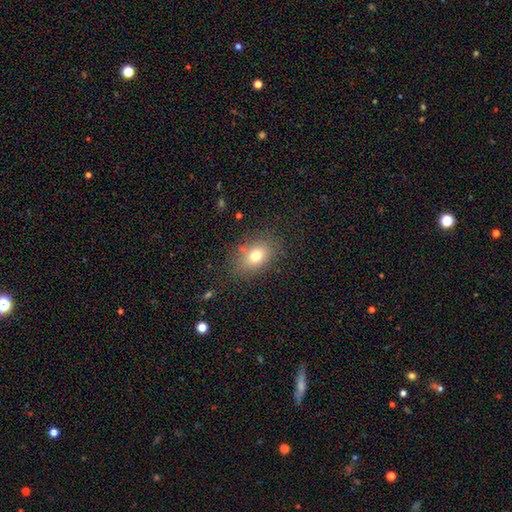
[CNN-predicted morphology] smooth 75%, featured or disk 13%, star or artifact 13%. Down the decision tree: how rounded — in between (68%); merging — none (78%).